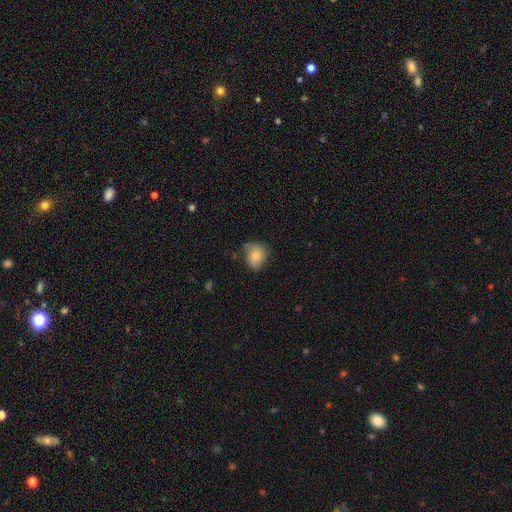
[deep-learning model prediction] The model was most divided on "how rounded": round: 59%, in between: 40%, cigar-shaped: 1%. More confident: smooth or featured — smooth (73%); merging — none (58%).